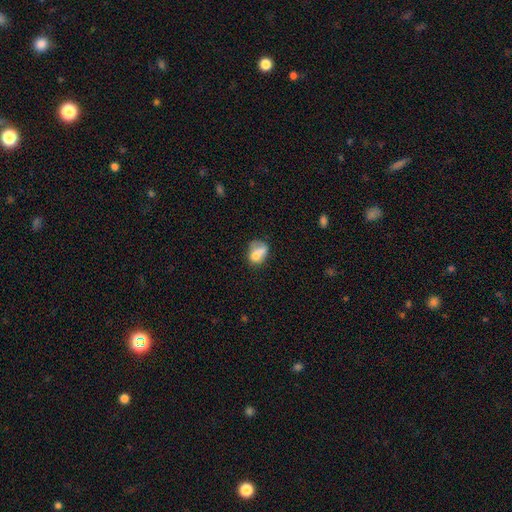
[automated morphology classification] Smooth or featured?
  - smooth: 66% *
  - featured or disk: 24%
  - star or artifact: 10%
How rounded?
  - in between: 59% *
  - round: 39%
  - cigar-shaped: 2%
Merging?
  - merger: 36% *
  - none: 29%
  - minor disturbance: 20%
  - major disturbance: 15%